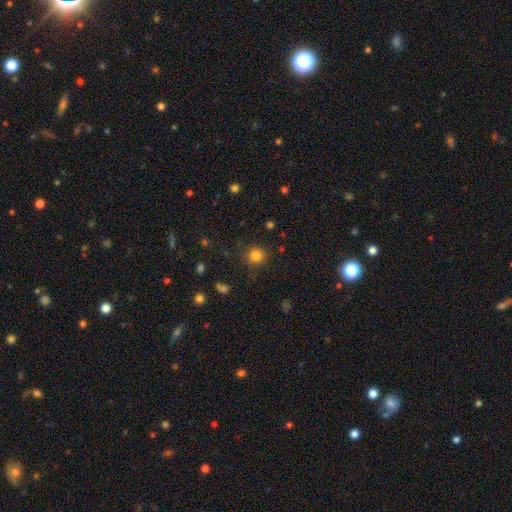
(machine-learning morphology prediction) type=smooth (83%); roundness=round (90%); merging=none (86%).